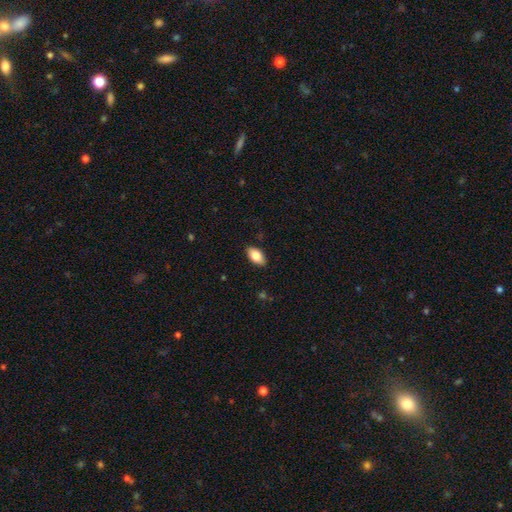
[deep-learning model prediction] Q: Smooth or featured?
A: smooth (80%); runner-up: featured or disk (13%)
Q: How rounded?
A: in between (92%); runner-up: cigar-shaped (4%)
Q: Merging?
A: none (86%); runner-up: minor disturbance (11%)